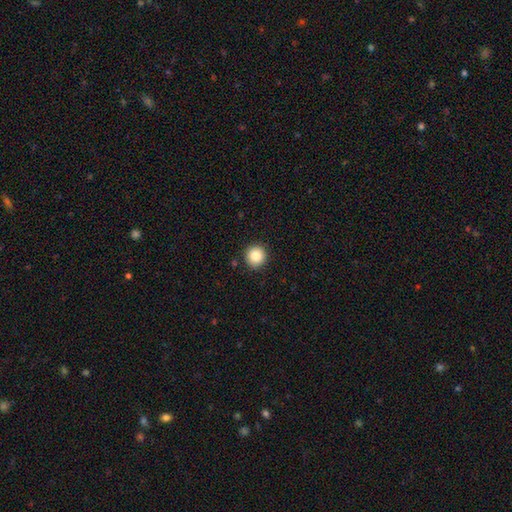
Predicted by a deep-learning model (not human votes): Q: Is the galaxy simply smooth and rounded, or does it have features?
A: smooth — 85%.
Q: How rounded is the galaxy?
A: round — 95%.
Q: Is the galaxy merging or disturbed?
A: none — 91%.